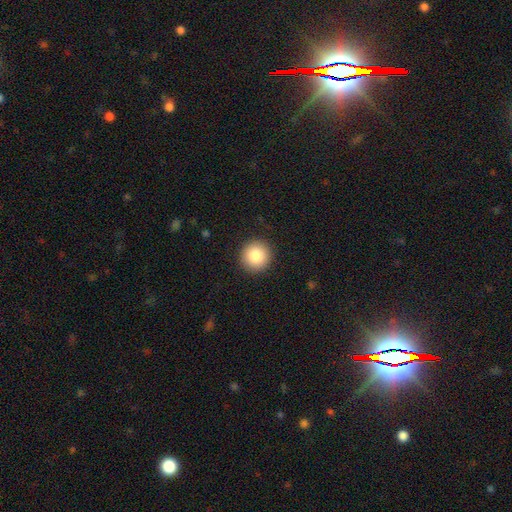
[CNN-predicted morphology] Smooth or featured?
  - smooth: 84% *
  - star or artifact: 9%
  - featured or disk: 7%
How rounded?
  - round: 94% *
  - in between: 5%
  - cigar-shaped: 1%
Merging?
  - none: 92% *
  - minor disturbance: 5%
  - major disturbance: 2%
  - merger: 1%